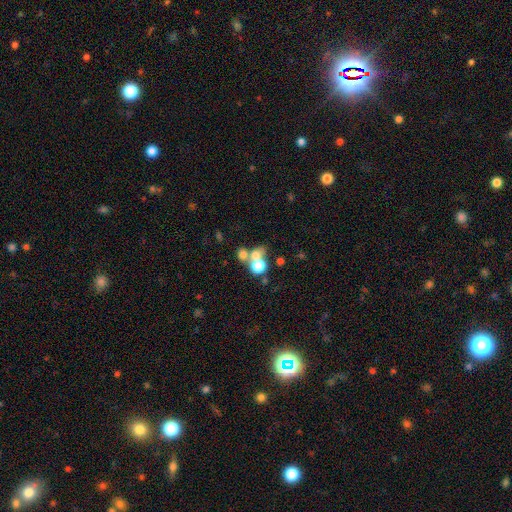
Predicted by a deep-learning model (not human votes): smooth_or_featured: smooth (p=0.65) [alt: featured or disk p=0.20]
how_rounded: round (p=0.69) [alt: in between p=0.29]
merging: merger (p=0.60) [alt: none p=0.28]